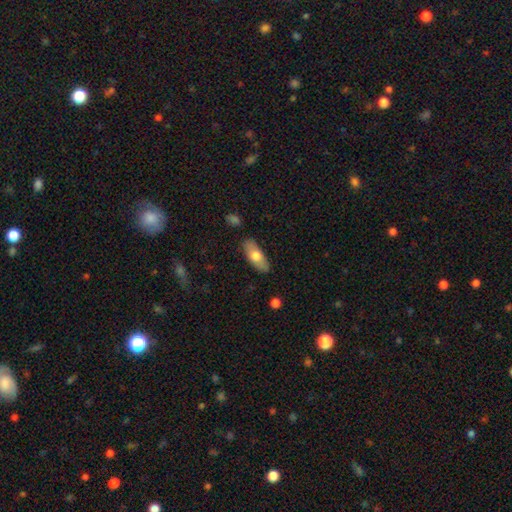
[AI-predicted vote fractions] Smooth or featured?
  - smooth: 67% *
  - featured or disk: 27%
  - star or artifact: 6%
How rounded?
  - in between: 79% *
  - cigar-shaped: 19%
  - round: 3%
Merging?
  - none: 86% *
  - minor disturbance: 11%
  - major disturbance: 2%
  - merger: 2%